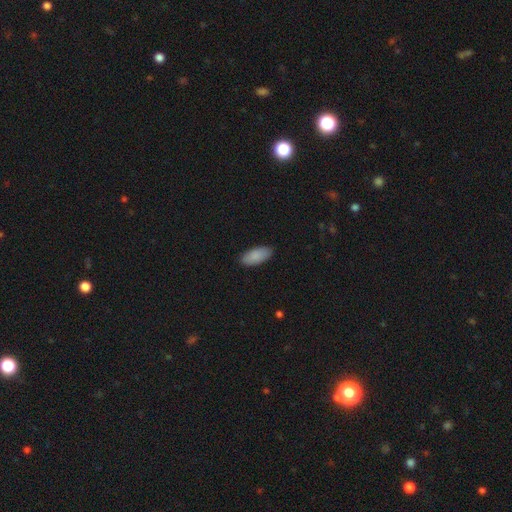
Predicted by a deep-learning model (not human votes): Smooth or featured: smooth — 89% (star or artifact — 6%)
How rounded: in between — 90% (cigar-shaped — 8%)
Merging: none — 88% (minor disturbance — 9%)